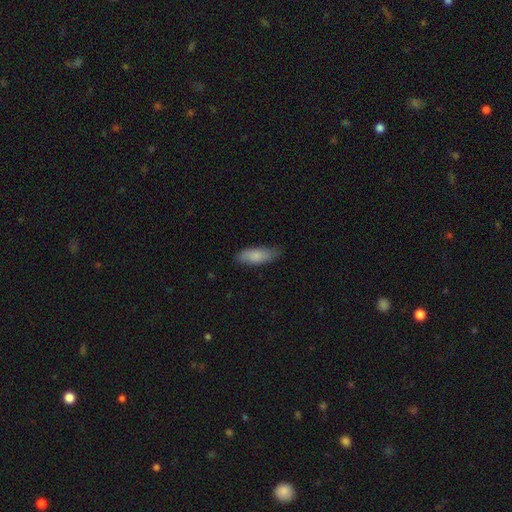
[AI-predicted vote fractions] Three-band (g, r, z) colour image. It shows a smooth galaxy with no disk features (83%) that is in between round and cigar-shaped (77%). Merging: none (76%).